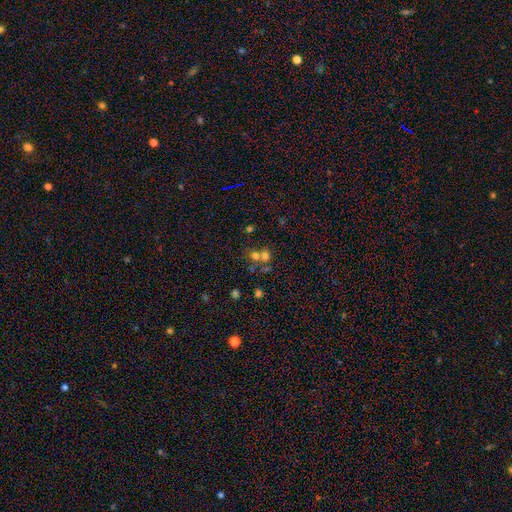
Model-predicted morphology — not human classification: smooth-or-featured: smooth: 62% | star or artifact: 23% | featured or disk: 15%
  how-rounded: round: 79% | in between: 20% | cigar-shaped: 1%
  merging: merger: 49% | none: 40% | minor disturbance: 6% | major disturbance: 4%